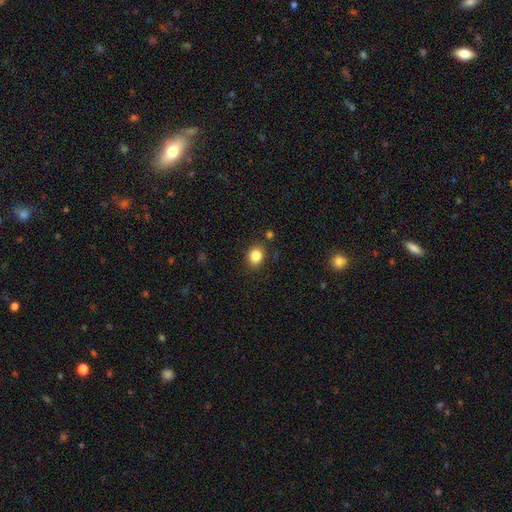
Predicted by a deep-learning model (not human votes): Morphology: type=smooth (86%); roundness=in between (54%); merging=none (83%).